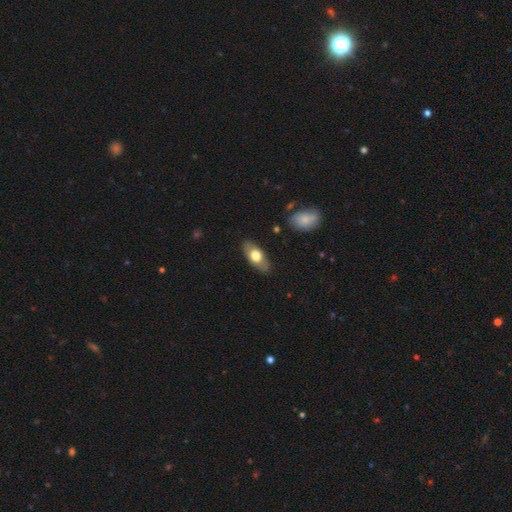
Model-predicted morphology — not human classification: smooth 67%, featured or disk 28%, star or artifact 6%. Down the decision tree: how rounded — in between (87%); merging — none (84%).